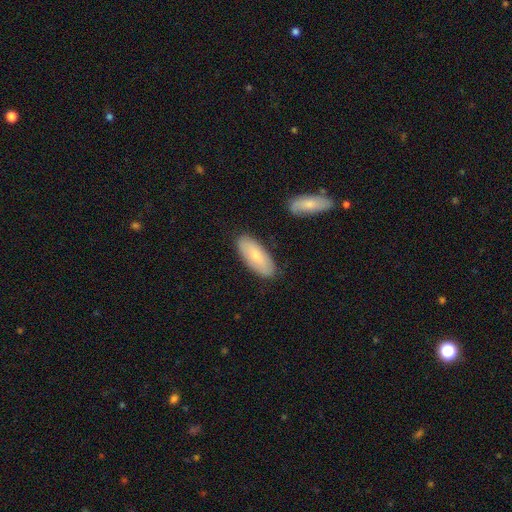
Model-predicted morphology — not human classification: Smooth or featured: smooth — 72% (featured or disk — 22%)
How rounded: in between — 81% (cigar-shaped — 17%)
Merging: none — 83% (minor disturbance — 12%)